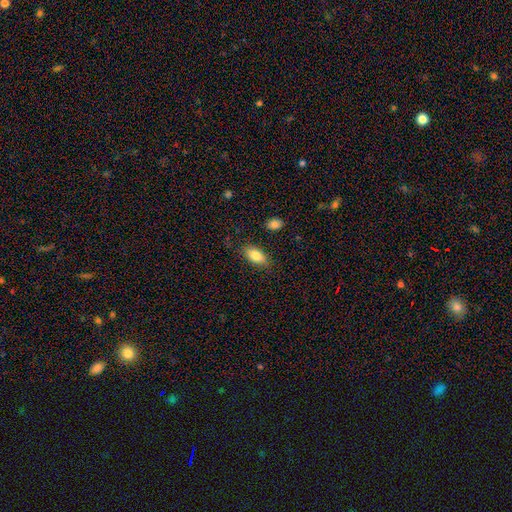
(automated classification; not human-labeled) This is clearly a smooth galaxy (83%). How rounded: clearly in between (89%). Merging: clearly none (82%).